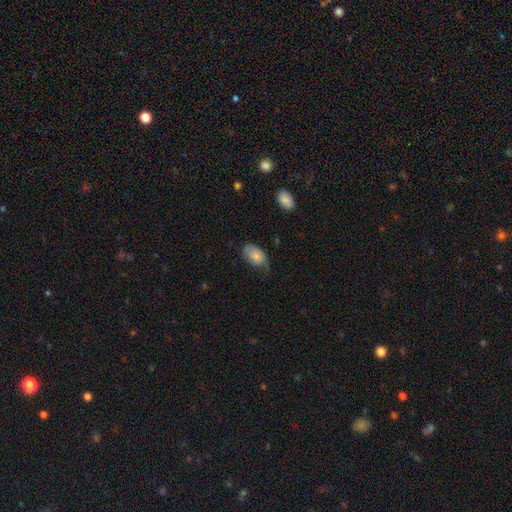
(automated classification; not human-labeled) Morphology: type=smooth (74%); roundness=in between (91%); merging=none (40%).